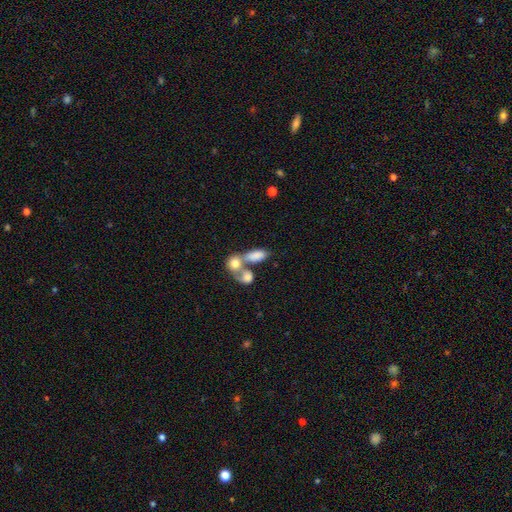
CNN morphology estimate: type=smooth (77%); roundness=in between (83%); merging=merger (59%).